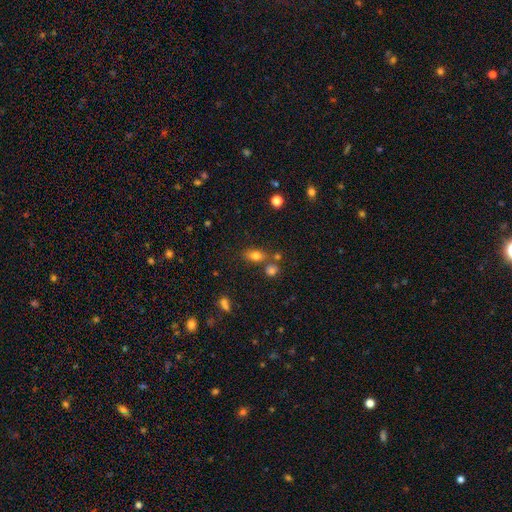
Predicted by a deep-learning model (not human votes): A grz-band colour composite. It shows a smooth galaxy with no disk features (77%) that is in between round and cigar-shaped (79%). Merging: none (69%).